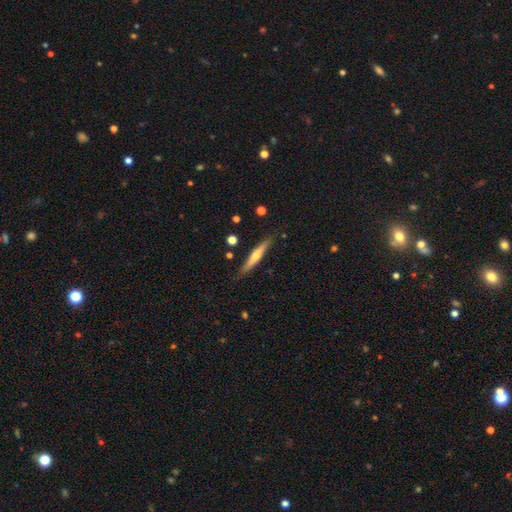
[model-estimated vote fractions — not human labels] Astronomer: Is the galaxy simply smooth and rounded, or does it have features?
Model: featured or disk — 60%.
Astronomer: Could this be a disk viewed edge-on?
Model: yes — 96%.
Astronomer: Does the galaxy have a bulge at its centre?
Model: rounded — 85%.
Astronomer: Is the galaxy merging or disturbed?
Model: none — 85%.